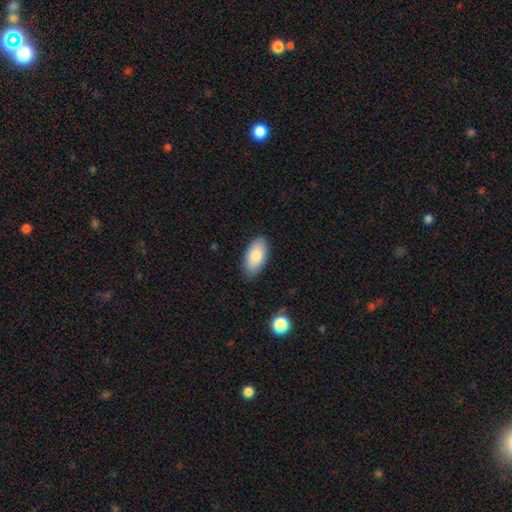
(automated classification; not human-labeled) This is clearly a smooth galaxy (84%). How rounded: clearly in between (93%). Merging: clearly none (86%).